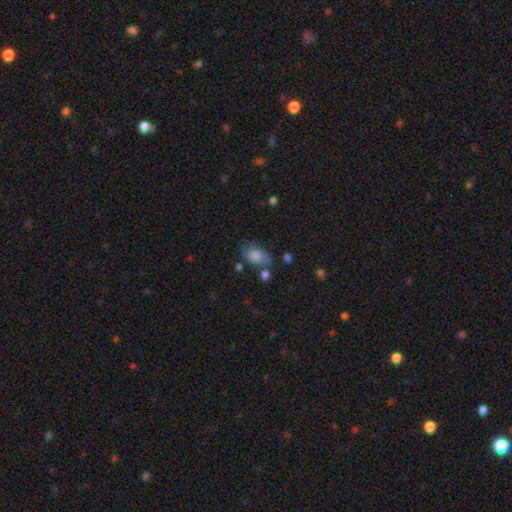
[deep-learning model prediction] A smooth galaxy with no disk features (79%) that is in between round and cigar-shaped (85%).

Vote fractions:
- Smooth or featured? smooth: 79% / featured or disk: 12% / star or artifact: 10%
- How rounded? in between: 85% / round: 14% / cigar-shaped: 2%
- Merging? none: 50% / minor disturbance: 27% / major disturbance: 12% / merger: 11%